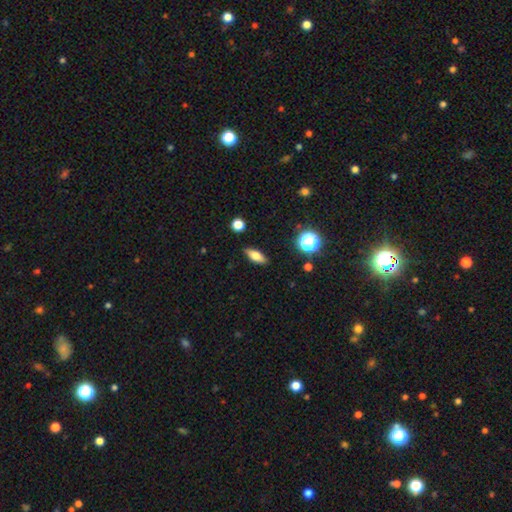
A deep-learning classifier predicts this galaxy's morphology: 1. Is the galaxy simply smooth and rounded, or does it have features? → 68% smooth, 22% featured or disk, 10% star or artifact.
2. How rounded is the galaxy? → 67% in between, 26% cigar-shaped, 6% round.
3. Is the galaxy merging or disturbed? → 87% none, 10% minor disturbance, 2% major disturbance, 1% merger.